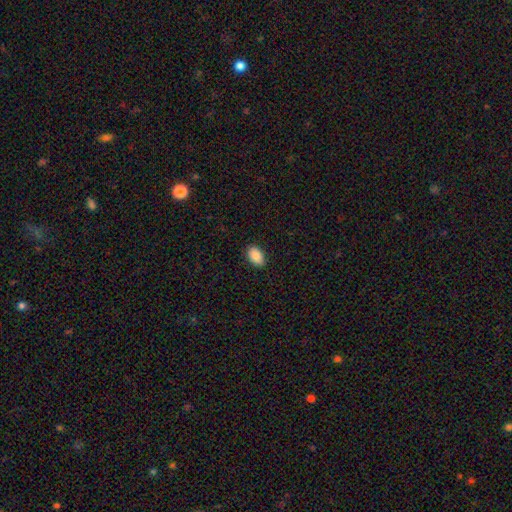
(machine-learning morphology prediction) Smooth or featured? smooth (87%)
How rounded? in between (90%)
Merging? none (88%)